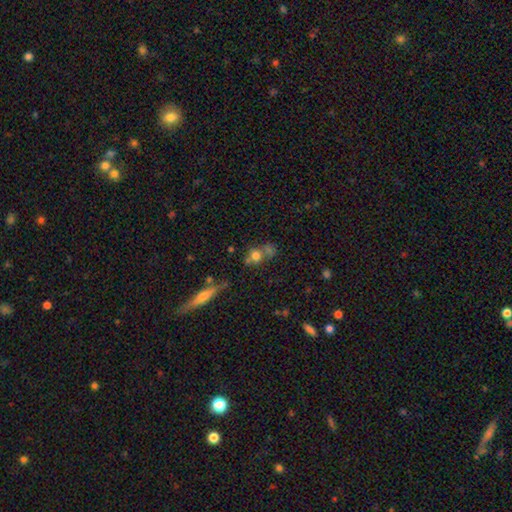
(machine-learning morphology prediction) type=smooth (69%); roundness=round (73%); merging=none (45%).